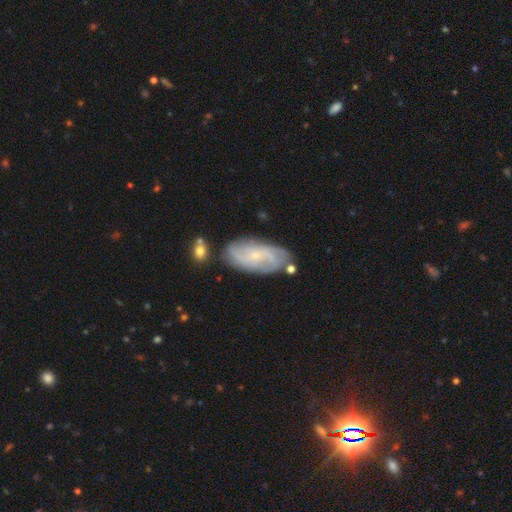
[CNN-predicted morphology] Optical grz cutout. It shows a featured or disk galaxy (71%) with no bar (65%), tight (38%, tied with medium) spiral arms (90%) and a small central bulge (78%). Merging: none (71%).